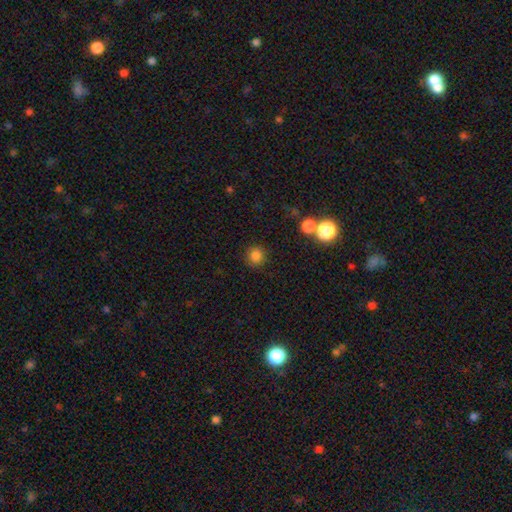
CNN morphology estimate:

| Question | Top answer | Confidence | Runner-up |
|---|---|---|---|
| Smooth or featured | smooth | 82% | star or artifact (13%) |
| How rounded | round | 92% | in between (7%) |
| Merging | none | 87% | minor disturbance (7%) |